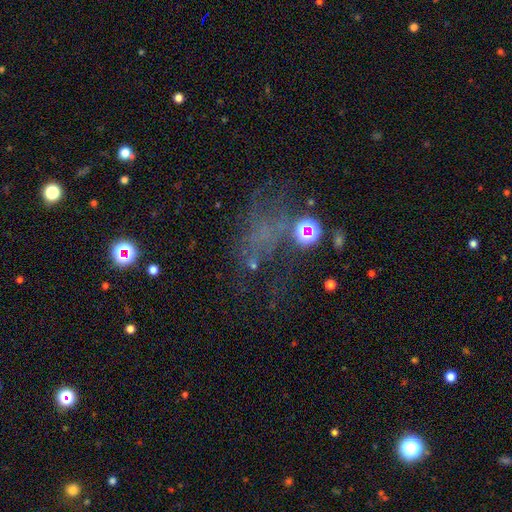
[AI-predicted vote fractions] This is marginally a star or artifact rather than a galaxy (41%).